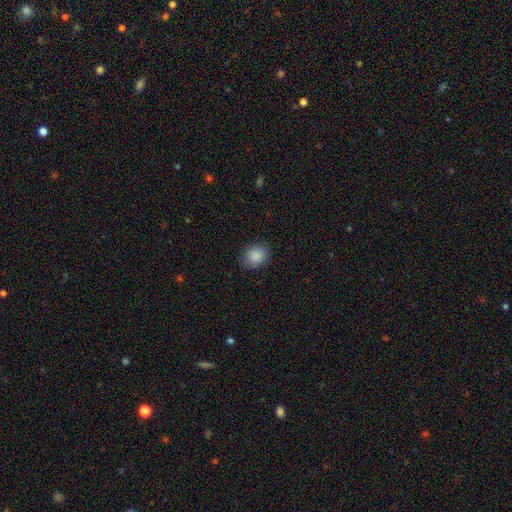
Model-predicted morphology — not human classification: smooth-or-featured: smooth: 89% | star or artifact: 8% | featured or disk: 3%
  how-rounded: round: 66% | in between: 33% | cigar-shaped: 1%
  merging: none: 86% | minor disturbance: 10% | major disturbance: 3% | merger: 1%